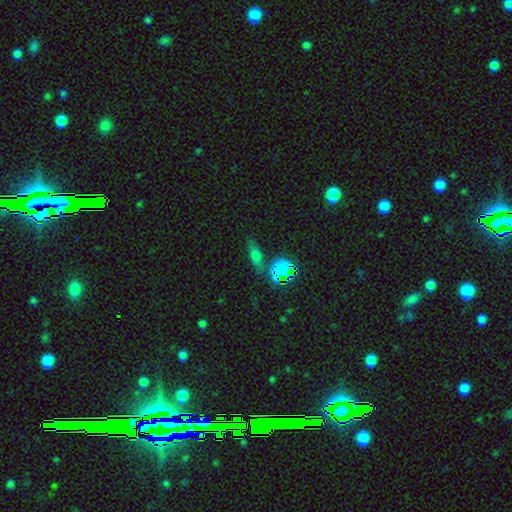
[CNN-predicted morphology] Smooth or featured: smooth — 53% (star or artifact — 31%)
How rounded: in between — 54% (cigar-shaped — 34%)
Merging: none — 74% (minor disturbance — 15%)